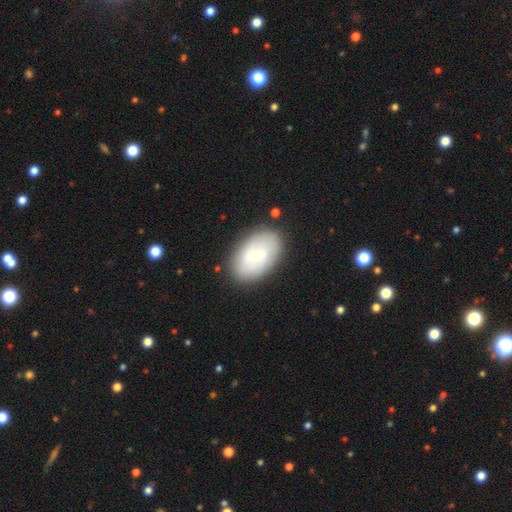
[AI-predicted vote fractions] smooth_or_featured: smooth (p=0.62) [alt: featured or disk p=0.31]
how_rounded: in between (p=0.92) [alt: round p=0.07]
merging: none (p=0.82) [alt: minor disturbance p=0.12]